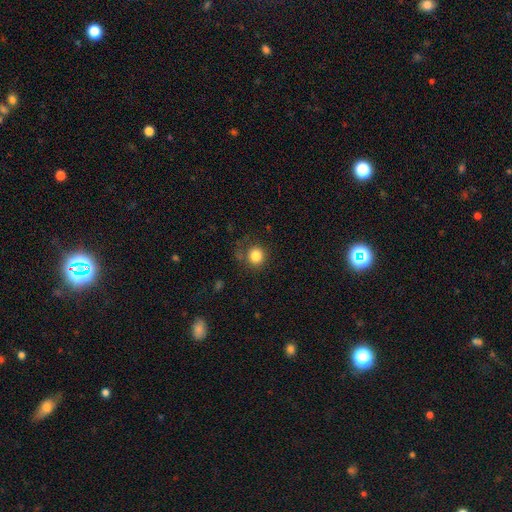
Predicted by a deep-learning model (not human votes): Smooth or featured? Predicted: smooth (p=0.84). How rounded? Predicted: round (p=0.88). Merging? Predicted: none (p=0.73).